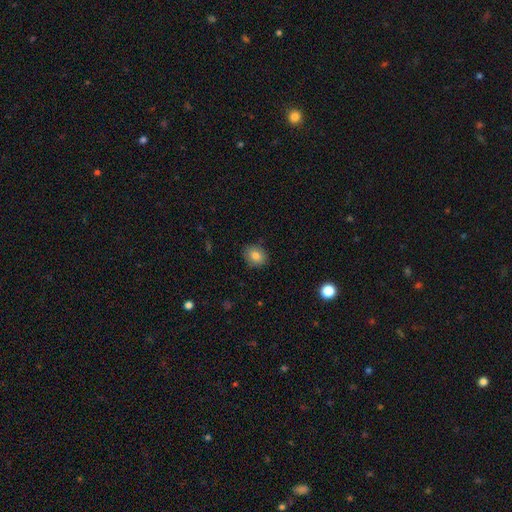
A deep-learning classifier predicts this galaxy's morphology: Overall: smooth (82%). How rounded: round (56%; in between 43%). Merging: none (86%).